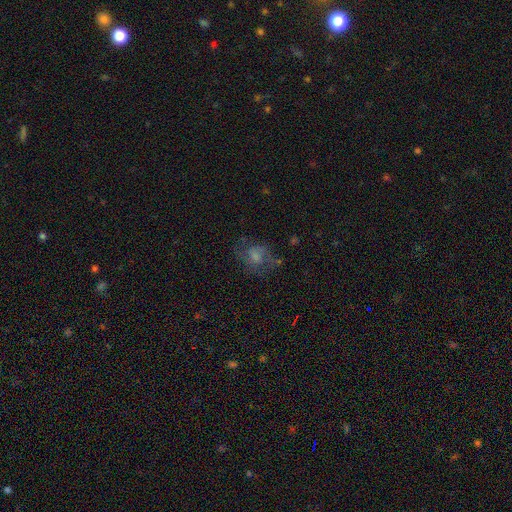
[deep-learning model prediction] This appears to be a smooth galaxy with no disk features (47%). Merging: none (49%).